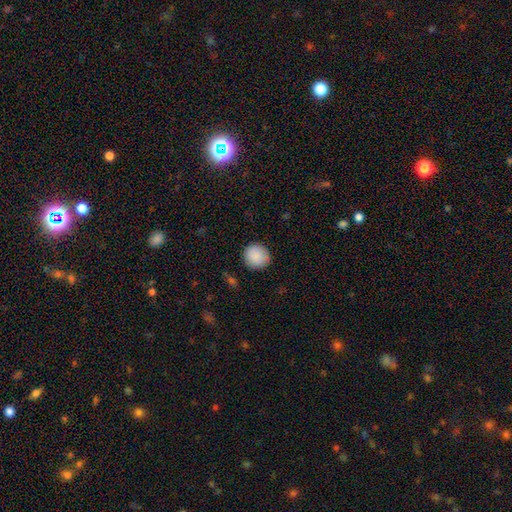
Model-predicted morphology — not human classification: Smooth or featured? Predicted: smooth (p=0.89). How rounded? Predicted: round (p=0.90). Merging? Predicted: none (p=0.89).